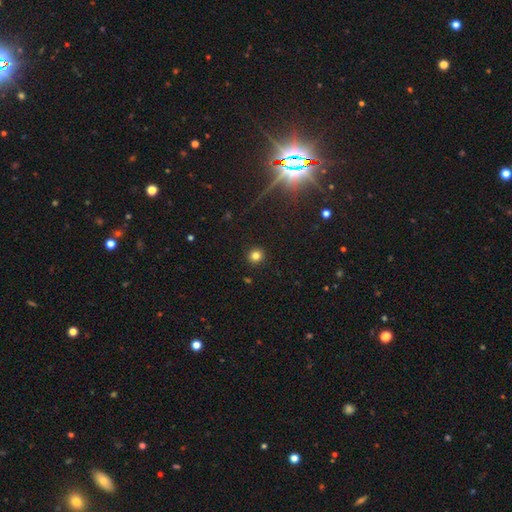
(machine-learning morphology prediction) Smooth or featured: smooth — 80% (star or artifact — 14%)
How rounded: round — 92% (in between — 7%)
Merging: none — 92% (minor disturbance — 5%)